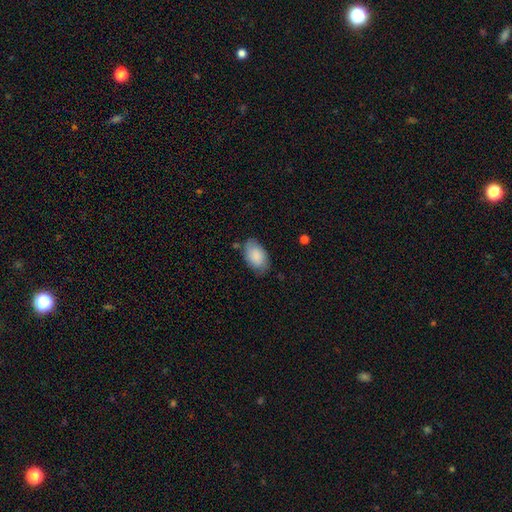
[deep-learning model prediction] A smooth galaxy with no disk features (83%) that is in between round and cigar-shaped (93%). Merging: none (72%).